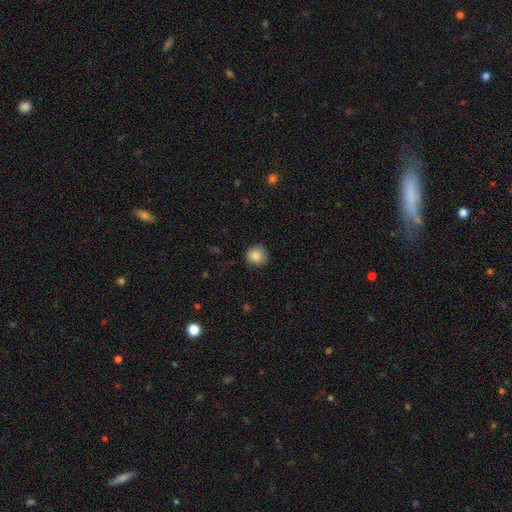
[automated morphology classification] A smooth galaxy with no disk features (85%) that is round (90%).

Vote fractions:
- Smooth or featured? smooth: 85% / star or artifact: 9% / featured or disk: 6%
- How rounded? round: 90% / in between: 9% / cigar-shaped: 1%
- Merging? none: 79% / minor disturbance: 17% / major disturbance: 3% / merger: 1%